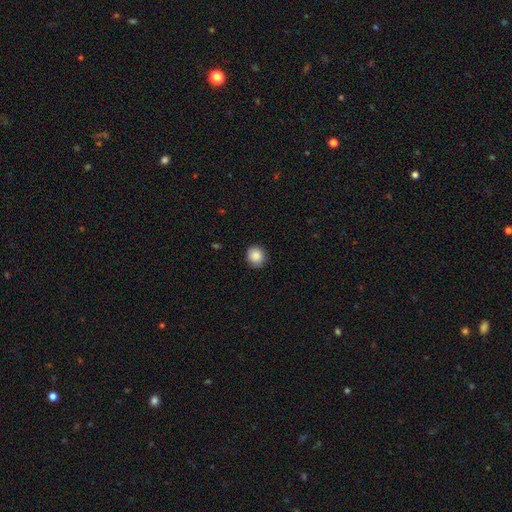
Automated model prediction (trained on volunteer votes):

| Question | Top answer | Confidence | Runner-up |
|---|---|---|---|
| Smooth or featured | smooth | 88% | star or artifact (8%) |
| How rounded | round | 85% | in between (14%) |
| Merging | none | 89% | minor disturbance (8%) |